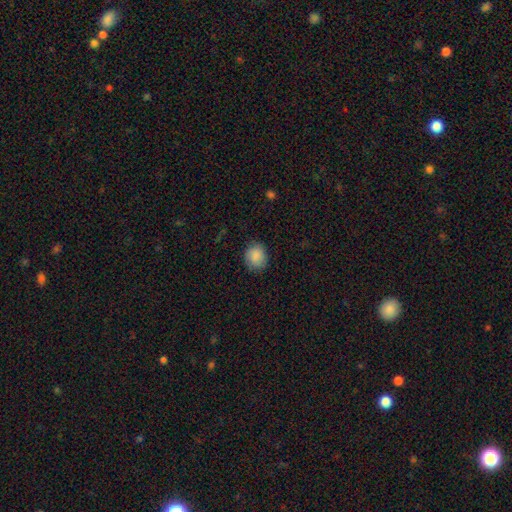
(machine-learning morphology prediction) Smooth or featured?
  - smooth: 88% *
  - star or artifact: 7%
  - featured or disk: 5%
How rounded?
  - round: 73% *
  - in between: 26%
  - cigar-shaped: 1%
Merging?
  - none: 82% *
  - minor disturbance: 13%
  - major disturbance: 3%
  - merger: 1%